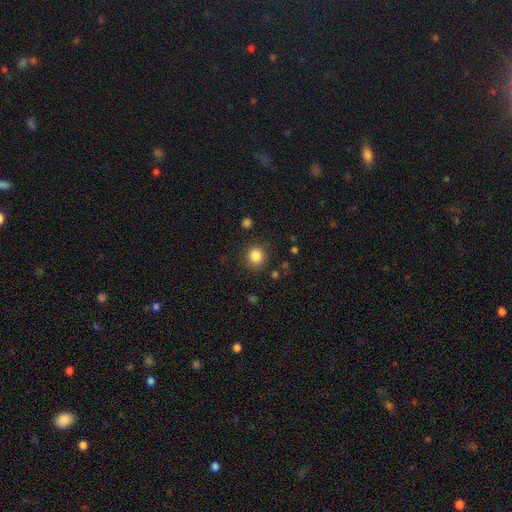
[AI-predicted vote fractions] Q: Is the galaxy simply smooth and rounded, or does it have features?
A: smooth — 84%.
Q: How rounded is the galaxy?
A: round — 89%.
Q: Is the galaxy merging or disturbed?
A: none — 87%.